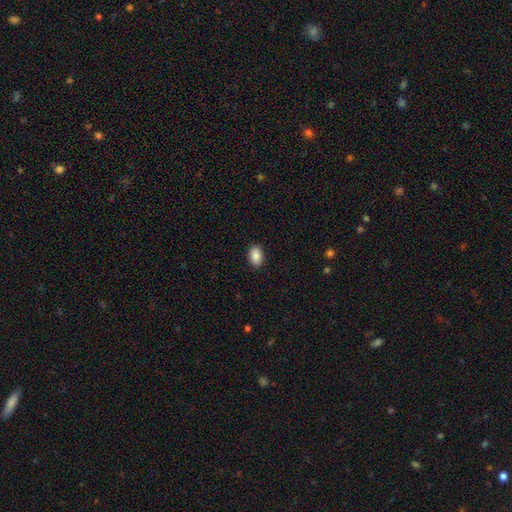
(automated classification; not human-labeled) Smooth or featured? smooth (89%)
How rounded? in between (88%)
Merging? none (90%)